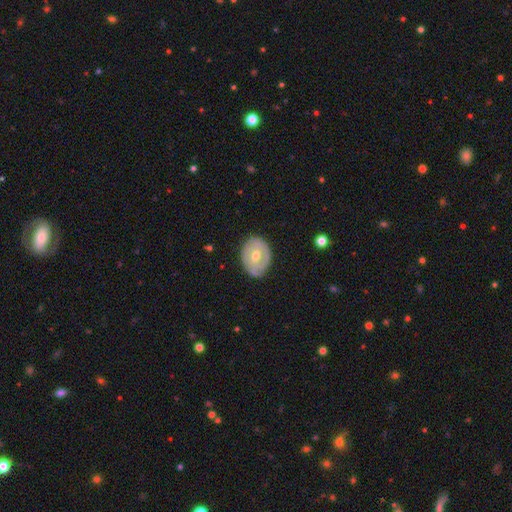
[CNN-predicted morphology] Smooth or featured?
  - featured or disk: 68% *
  - smooth: 26%
  - star or artifact: 6%
Edge-on disk?
  - no: 96% *
  - yes: 4%
Bar?
  - no: 56% *
  - weak: 35%
  - strong: 9%
Spiral arms?
  - yes: 69% *
  - no: 31%
Bulge size?
  - moderate: 71% *
  - small: 25%
  - large: 2%
  - none: 1%
  - dominant: 1%
Merging?
  - none: 75% *
  - minor disturbance: 19%
  - major disturbance: 4%
  - merger: 1%